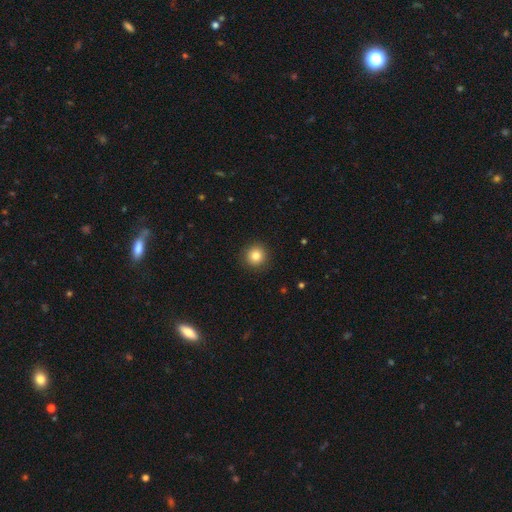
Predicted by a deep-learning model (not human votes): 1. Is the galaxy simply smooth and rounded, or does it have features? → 83% smooth, 11% star or artifact, 6% featured or disk.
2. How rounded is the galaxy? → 94% round, 5% in between, 1% cigar-shaped.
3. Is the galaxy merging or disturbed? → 91% none, 6% minor disturbance, 2% major disturbance, 1% merger.